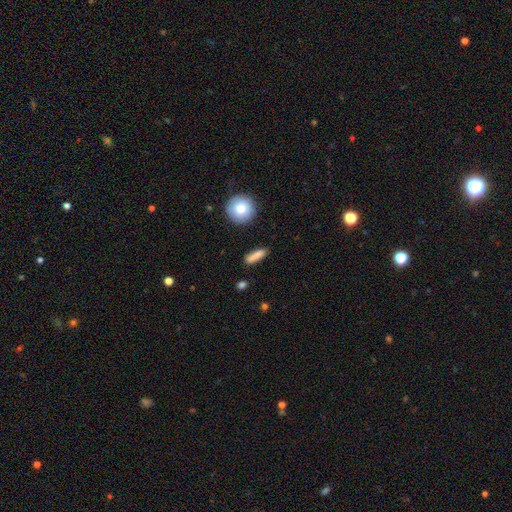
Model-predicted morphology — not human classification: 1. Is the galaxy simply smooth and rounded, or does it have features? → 82% smooth, 11% featured or disk, 7% star or artifact.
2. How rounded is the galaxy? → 71% cigar-shaped, 25% in between, 4% round.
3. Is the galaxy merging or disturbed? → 83% none, 12% minor disturbance, 3% major disturbance, 3% merger.